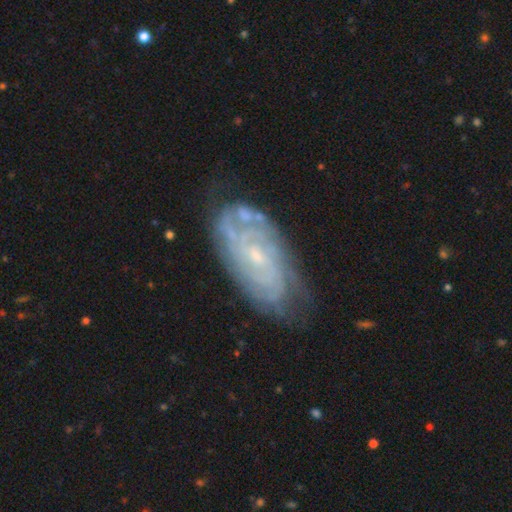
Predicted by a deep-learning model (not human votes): The model was most divided on "spiral arm count": can't tell: 45%, 2: 15%, 4: 14%, 3: 13%, more than 4: 8%, 1: 5%. More confident: edge-on disk — no (94%); spiral arms — yes (93%); smooth or featured — featured or disk (81%); bulge size — small (72%); spiral winding — tight (72%); merging — none (70%); bar — no (62%).